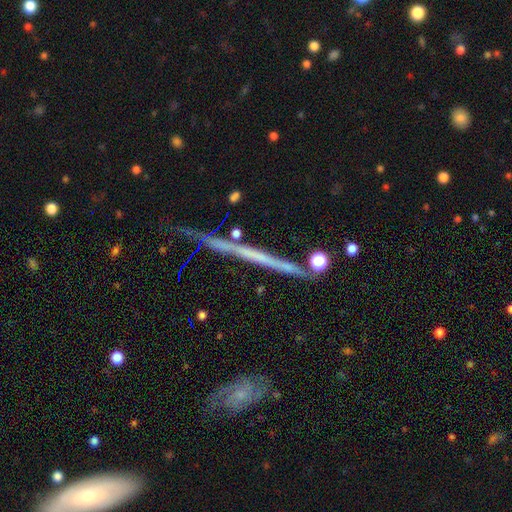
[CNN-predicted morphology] A featured or disk galaxy (65%) viewed edge-on (96%) with no central bulge (89%). Merging: none (79%).